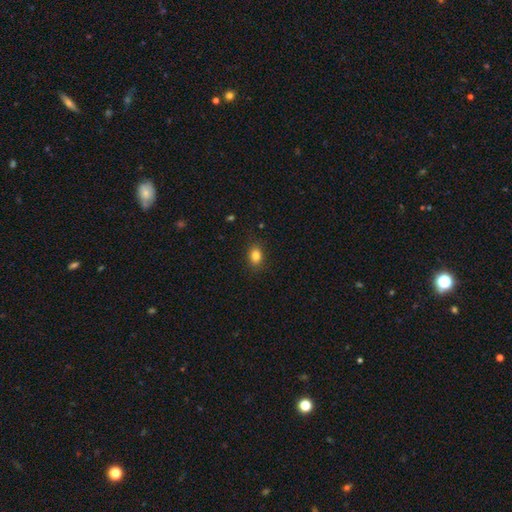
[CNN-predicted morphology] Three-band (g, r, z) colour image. It shows a smooth galaxy with no disk features (84%) that is in between round and cigar-shaped (70%). Merging: none (87%).